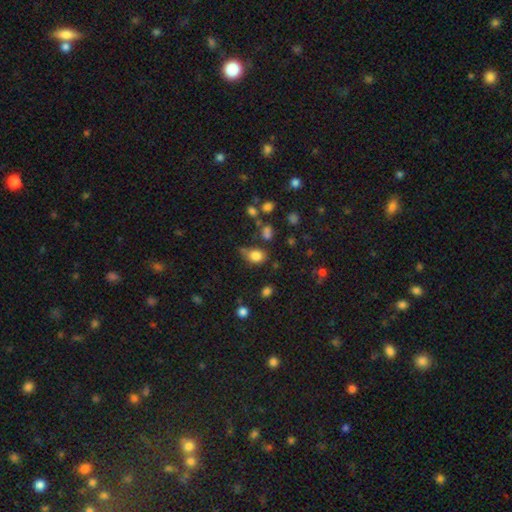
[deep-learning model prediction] smooth-or-featured: smooth: 81% | star or artifact: 12% | featured or disk: 7%
  how-rounded: in between: 54% | round: 44% | cigar-shaped: 1%
  merging: none: 54% | minor disturbance: 27% | major disturbance: 10% | merger: 9%